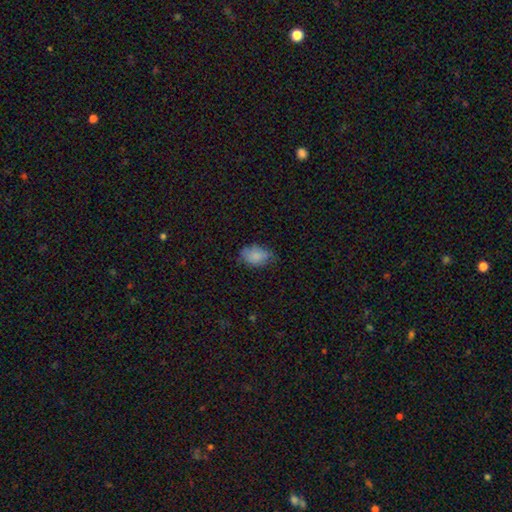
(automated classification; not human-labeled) The model was most divided on "merging": none: 60%, minor disturbance: 31%, major disturbance: 8%, merger: 1%. More confident: how rounded — in between (86%); smooth or featured — smooth (83%).